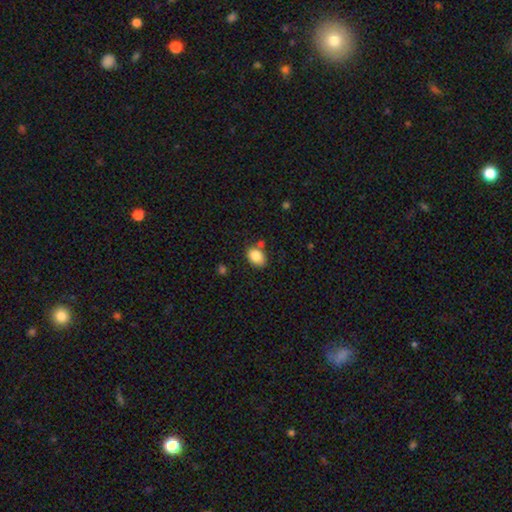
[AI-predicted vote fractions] Q: Smooth or featured?
A: smooth (85%); runner-up: star or artifact (8%)
Q: How rounded?
A: in between (75%); runner-up: round (23%)
Q: Merging?
A: none (66%); runner-up: minor disturbance (18%)